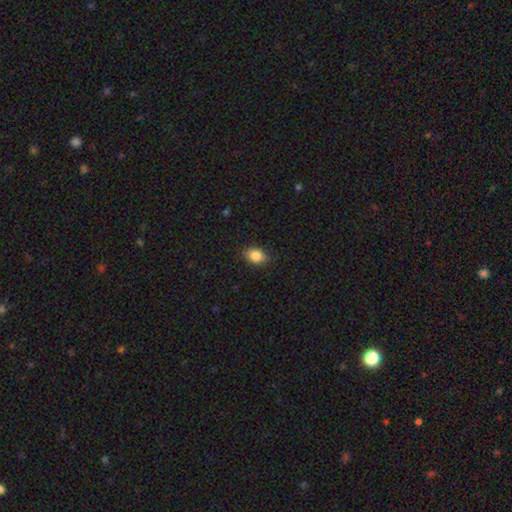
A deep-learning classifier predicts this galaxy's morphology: The model was most divided on "how rounded": in between: 75%, round: 23%, cigar-shaped: 2%. More confident: smooth or featured — smooth (86%); merging — none (85%).